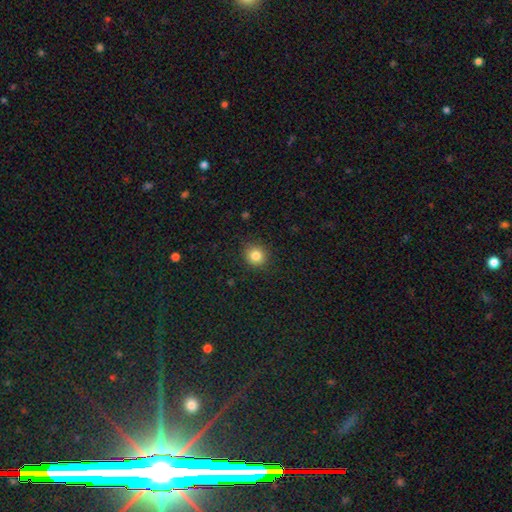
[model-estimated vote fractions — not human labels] Q: Smooth or featured?
A: smooth (83%); runner-up: star or artifact (11%)
Q: How rounded?
A: round (88%); runner-up: in between (11%)
Q: Merging?
A: none (90%); runner-up: minor disturbance (7%)